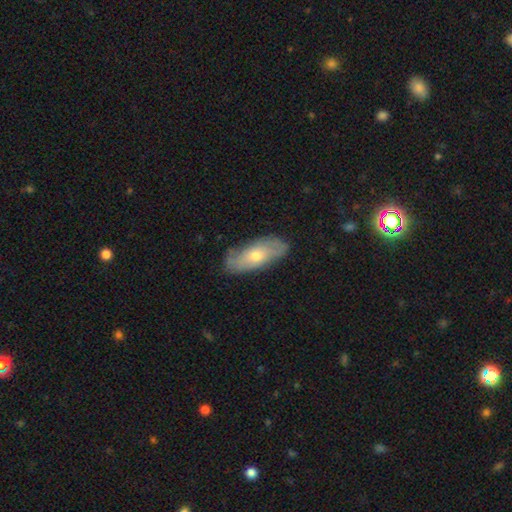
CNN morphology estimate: The model was most divided on "smooth or featured": smooth: 51%, featured or disk: 43%, star or artifact: 6%. More confident: how rounded — in between (77%); merging — none (76%).